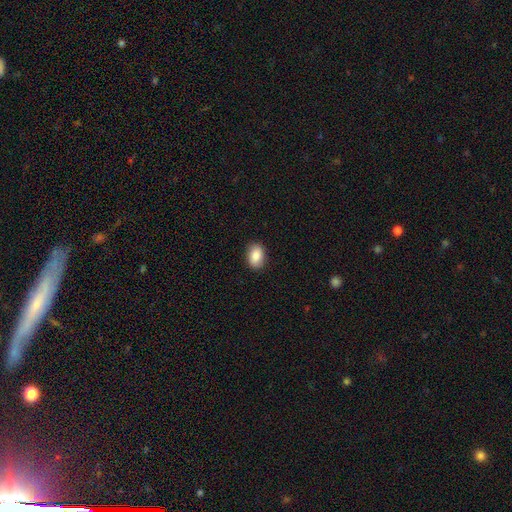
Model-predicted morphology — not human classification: A smooth galaxy with no disk features (89%) that is in between round and cigar-shaped (86%). Merging: none (88%).